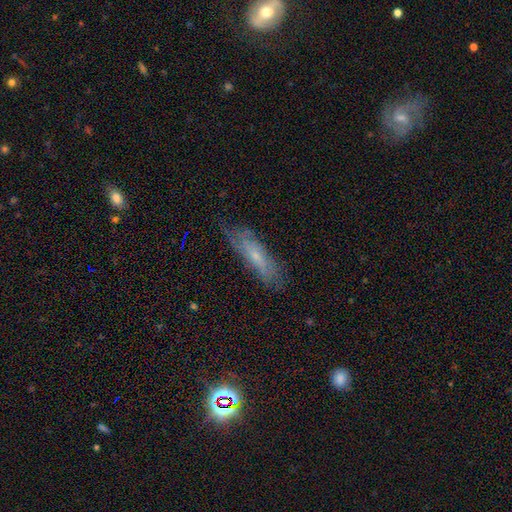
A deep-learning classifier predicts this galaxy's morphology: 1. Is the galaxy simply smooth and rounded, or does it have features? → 51% featured or disk, 40% smooth, 9% star or artifact.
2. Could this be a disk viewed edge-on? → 61% no, 39% yes.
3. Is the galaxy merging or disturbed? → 70% none, 22% minor disturbance, 6% major disturbance, 2% merger.